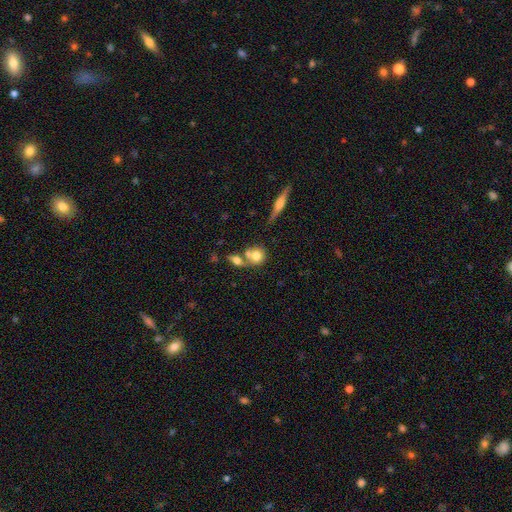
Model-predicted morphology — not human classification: smooth 71%, featured or disk 20%, star or artifact 9%. Down the decision tree: how rounded — round (70%); merging — merger (46%).